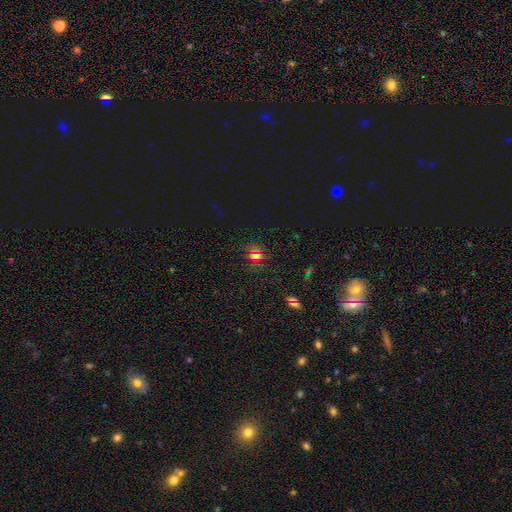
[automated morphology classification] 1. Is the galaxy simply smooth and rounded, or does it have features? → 47% star or artifact, 43% smooth, 10% featured or disk.